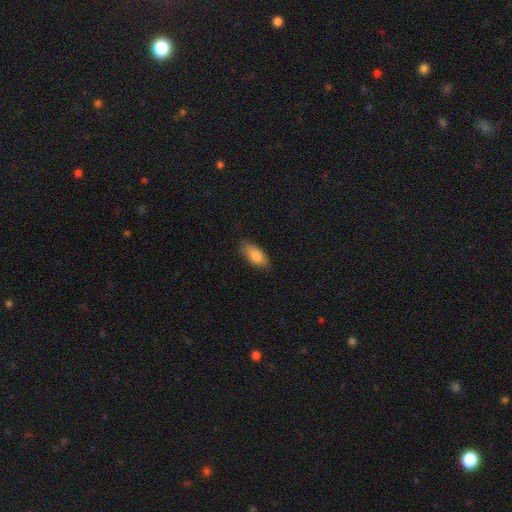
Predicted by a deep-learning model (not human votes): Smooth or featured? smooth (86%)
How rounded? in between (87%)
Merging? none (82%)